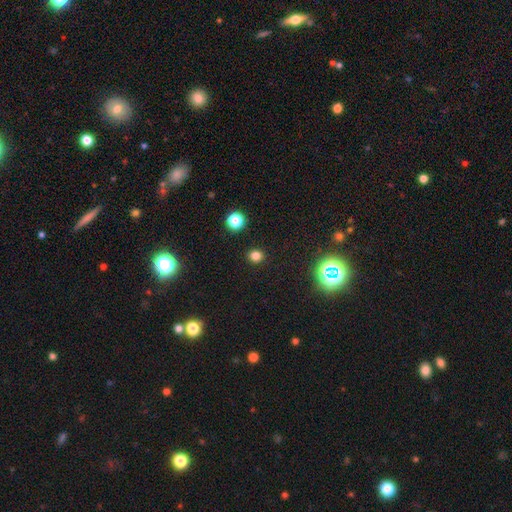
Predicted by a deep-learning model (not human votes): A smooth galaxy with no disk features (77%) that is round (79%). Merging: none (91%).